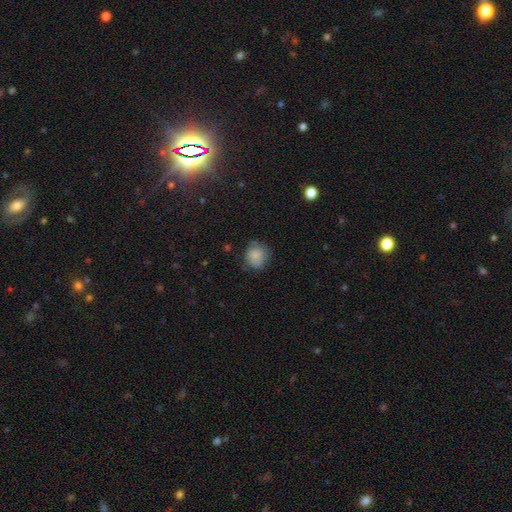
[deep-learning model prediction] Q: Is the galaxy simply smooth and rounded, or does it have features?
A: smooth — 80%.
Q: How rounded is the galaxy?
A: round — 79%.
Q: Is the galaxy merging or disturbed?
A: none — 67%.